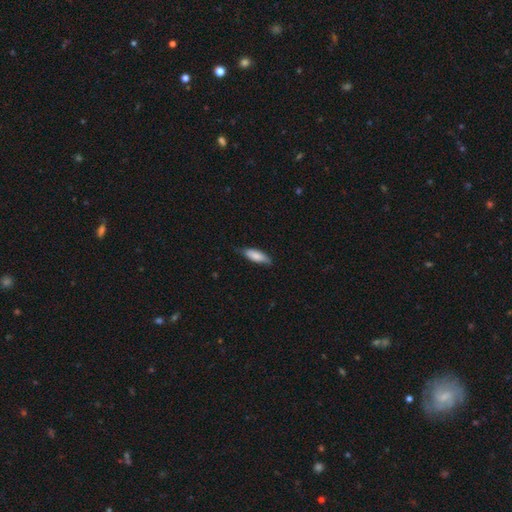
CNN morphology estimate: A smooth galaxy with no disk features (80%) that is in between round and cigar-shaped (60%).

Vote fractions:
- Smooth or featured? smooth: 80% / featured or disk: 14% / star or artifact: 6%
- How rounded? in between: 60% / cigar-shaped: 38% / round: 2%
- Merging? none: 70% / minor disturbance: 25% / major disturbance: 4% / merger: 1%